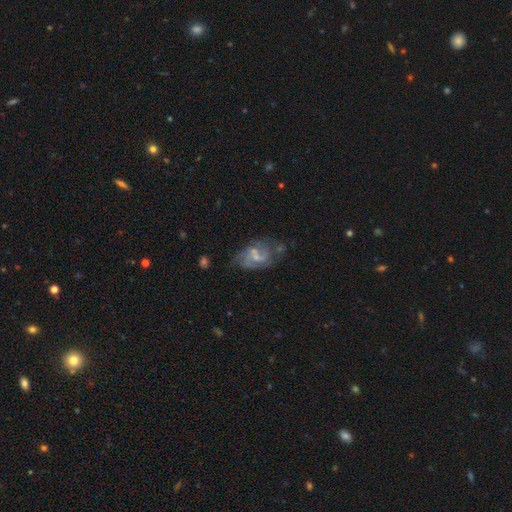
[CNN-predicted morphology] featured or disk 72%, smooth 20%, star or artifact 9%. Down the decision tree: edge-on disk — no (97%); bar — weak (52%); spiral arms — yes (79%); spiral arm count — 2 (48%); spiral winding — medium (46%); bulge size — small (52%); merging — none (45%).